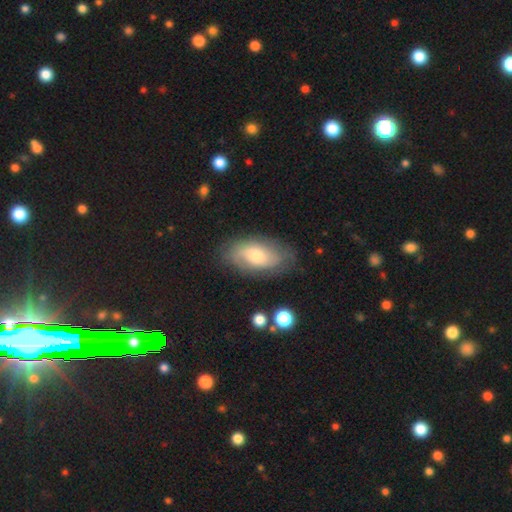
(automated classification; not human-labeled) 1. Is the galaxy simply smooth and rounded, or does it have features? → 51% smooth, 42% featured or disk, 7% star or artifact.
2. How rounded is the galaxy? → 91% in between, 5% cigar-shaped, 4% round.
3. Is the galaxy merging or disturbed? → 73% none, 19% minor disturbance, 6% major disturbance, 2% merger.